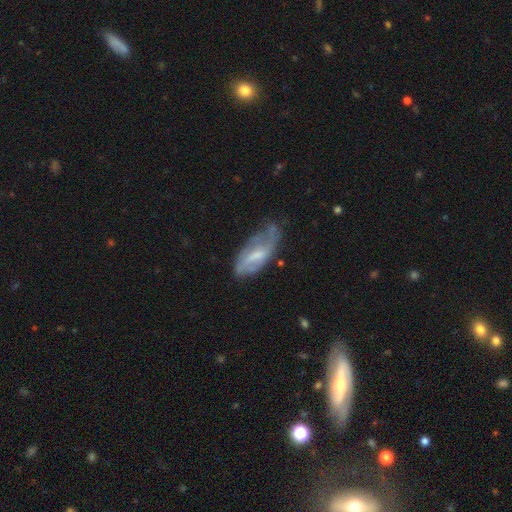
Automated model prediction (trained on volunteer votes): A featured or disk galaxy (55%).

Vote fractions:
- Smooth or featured? featured or disk: 55% / smooth: 38% / star or artifact: 7%
- Edge-on disk? no: 89% / yes: 11%
- Merging? none: 44% / minor disturbance: 35% / major disturbance: 18% / merger: 3%